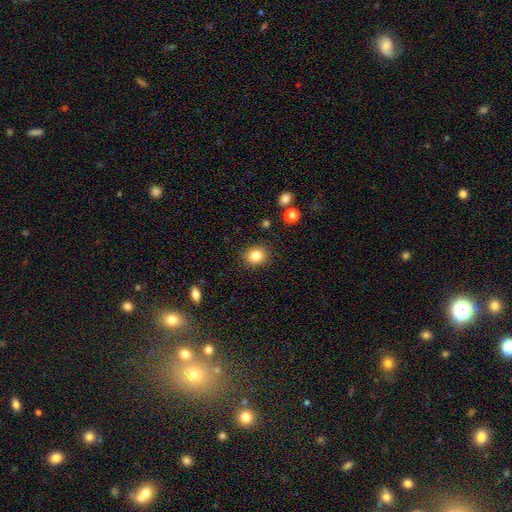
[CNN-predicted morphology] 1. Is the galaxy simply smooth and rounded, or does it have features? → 83% smooth, 11% star or artifact, 7% featured or disk.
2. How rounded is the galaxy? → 71% round, 28% in between, 1% cigar-shaped.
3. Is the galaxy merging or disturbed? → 88% none, 8% minor disturbance, 2% major disturbance, 1% merger.